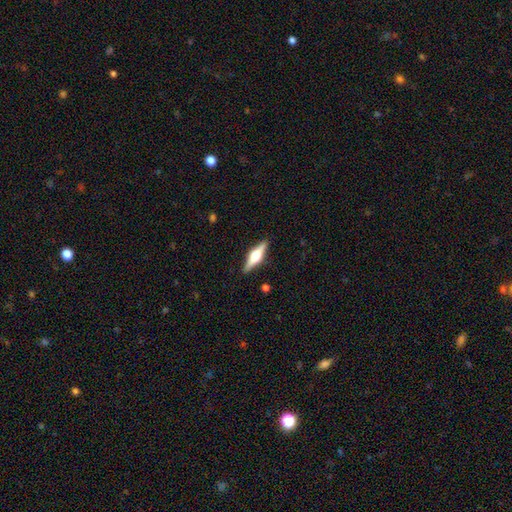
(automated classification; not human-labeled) Q: Smooth or featured?
A: featured or disk (72%); runner-up: smooth (22%)
Q: Edge-on disk?
A: yes (97%); runner-up: no (3%)
Q: Edge-on bulge?
A: rounded (93%); runner-up: boxy (6%)
Q: Merging?
A: none (89%); runner-up: minor disturbance (8%)